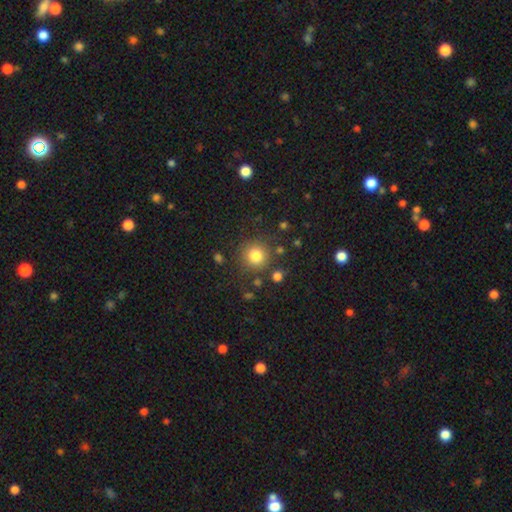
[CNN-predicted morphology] Overall: smooth (82%). How rounded: round (92%). Merging: none (83%).